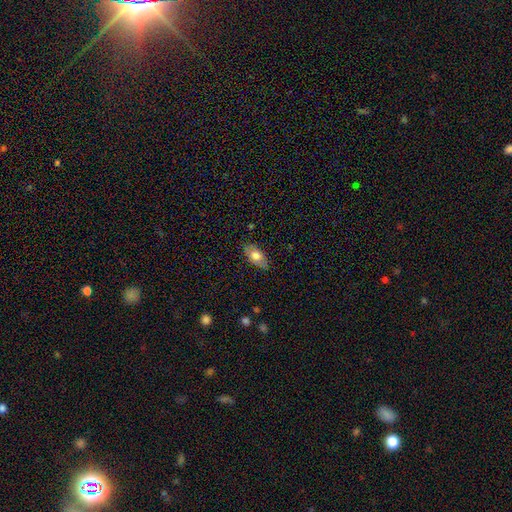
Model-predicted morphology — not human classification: The model was most divided on "smooth or featured": smooth: 70%, featured or disk: 24%, star or artifact: 7%. More confident: how rounded — in between (90%); merging — none (80%).